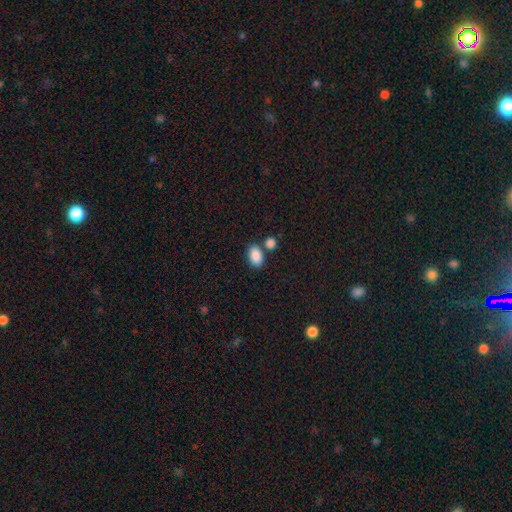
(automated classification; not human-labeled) smooth 88%, star or artifact 8%, featured or disk 4%. Down the decision tree: how rounded — in between (90%); merging — none (68%).